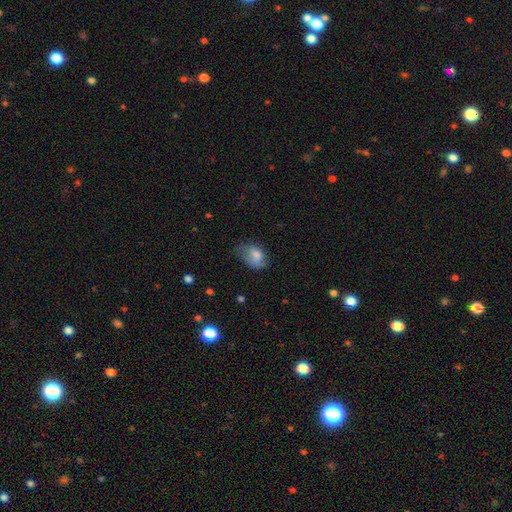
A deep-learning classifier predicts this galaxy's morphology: A smooth galaxy with no disk features (71%) that is in between round and cigar-shaped (82%). Merging: minor disturbance (38%).